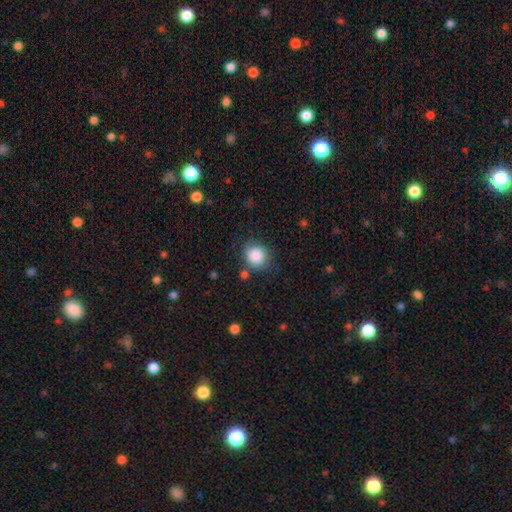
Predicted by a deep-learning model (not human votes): This appears to be a smooth galaxy with no disk features (87%) that is round (87%). Merging: none (78%).